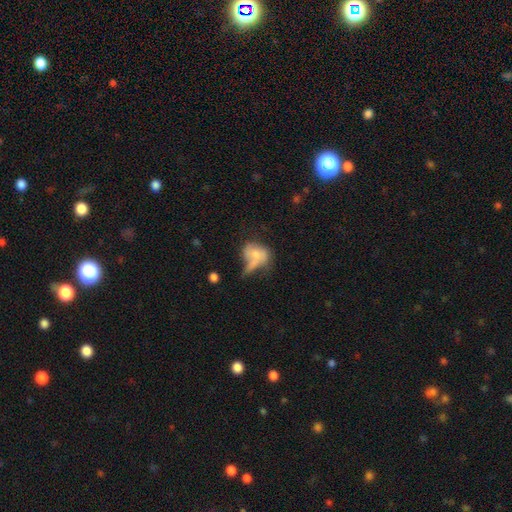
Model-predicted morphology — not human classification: smooth 60%, featured or disk 30%, star or artifact 10%. Down the decision tree: how rounded — in between (64%); merging — merger (33%).